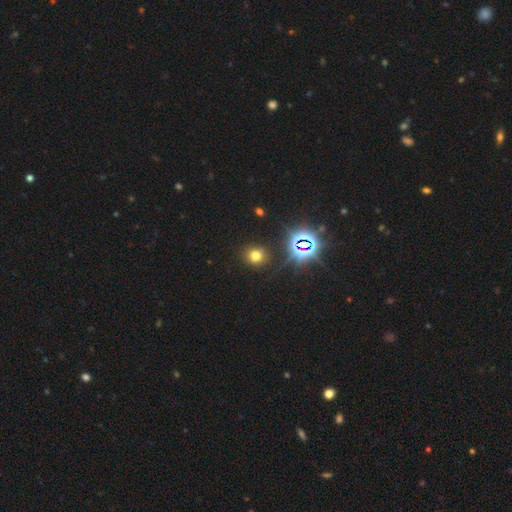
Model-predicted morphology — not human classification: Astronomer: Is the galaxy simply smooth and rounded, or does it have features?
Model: smooth — 64%.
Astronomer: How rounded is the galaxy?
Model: round — 80%.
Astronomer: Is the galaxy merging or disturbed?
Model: none — 86%.